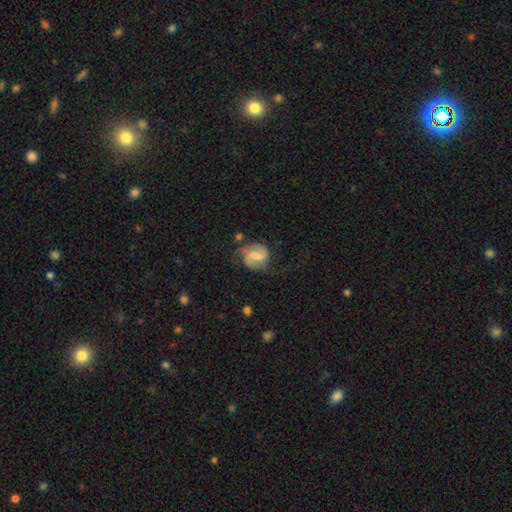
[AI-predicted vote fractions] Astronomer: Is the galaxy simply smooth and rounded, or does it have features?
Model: featured or disk — 81%.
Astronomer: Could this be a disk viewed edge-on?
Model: no — 98%.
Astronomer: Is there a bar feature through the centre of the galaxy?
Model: weak — 54%.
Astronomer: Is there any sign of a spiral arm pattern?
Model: yes — 96%.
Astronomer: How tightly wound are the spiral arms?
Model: medium — 52% (runner-up: tight, 29%).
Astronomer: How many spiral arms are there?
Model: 2 — 88%.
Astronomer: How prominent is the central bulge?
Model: moderate — 34% (runner-up: small, 32%).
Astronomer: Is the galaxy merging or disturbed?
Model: none — 65%.